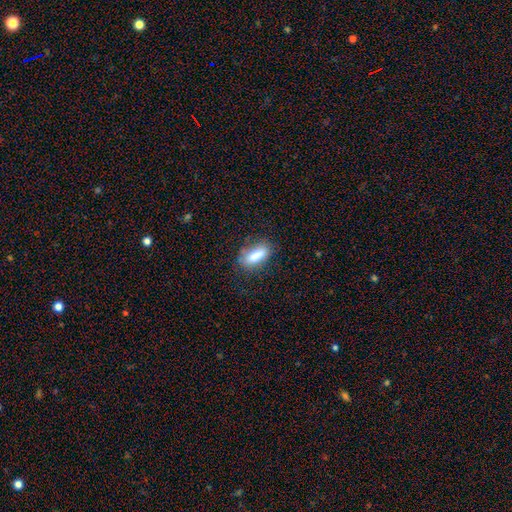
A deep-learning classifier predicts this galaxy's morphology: Smooth or featured: smooth — 78% (featured or disk — 14%)
How rounded: in between — 73% (cigar-shaped — 24%)
Merging: none — 73% (minor disturbance — 19%)